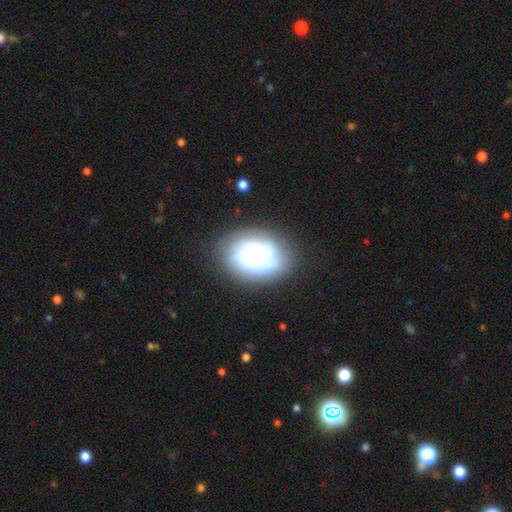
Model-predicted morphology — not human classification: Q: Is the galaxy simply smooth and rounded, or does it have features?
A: featured or disk — 48%.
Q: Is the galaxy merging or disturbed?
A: none — 74%.